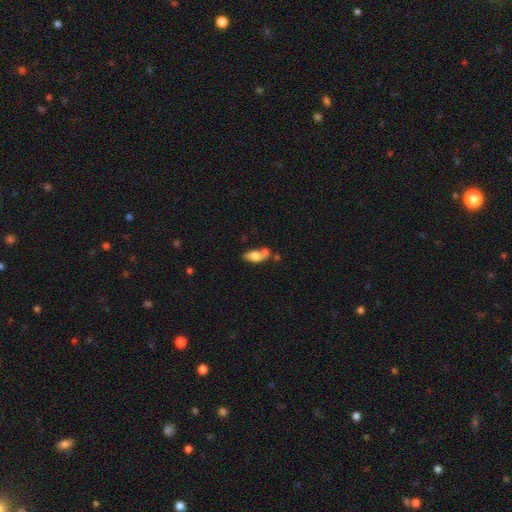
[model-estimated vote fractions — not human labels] Smooth or featured: smooth — 66% (featured or disk — 25%)
How rounded: in between — 83% (cigar-shaped — 10%)
Merging: merger — 39% (none — 36%)